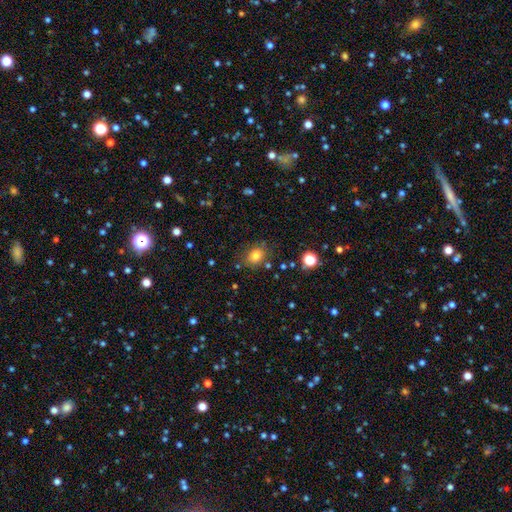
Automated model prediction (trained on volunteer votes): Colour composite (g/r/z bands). It shows a smooth galaxy with no disk features (78%) that is in between round and cigar-shaped (55%). Merging: none (79%).